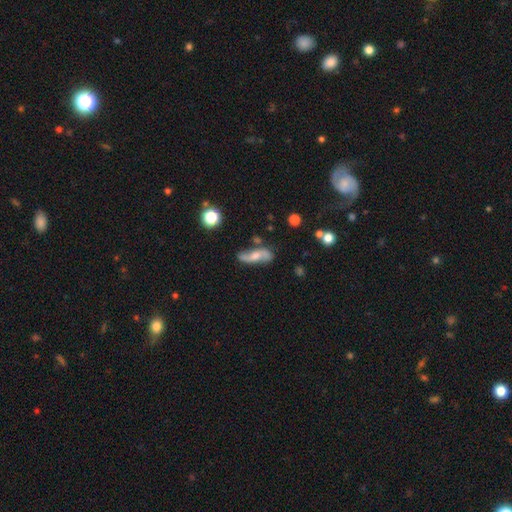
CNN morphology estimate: smooth-or-featured: featured or disk: 69% | smooth: 24% | star or artifact: 7%
  disk-edge-on: no: 88% | yes: 12%
    bar: no: 57% | weak: 32% | strong: 11%
    has-spiral-arms: yes: 91% | no: 9%
      spiral-winding: loose: 78% | medium: 16% | tight: 6%
      spiral-arm-count: 2: 91% | can't tell: 4% | 1: 2% | 3: 1% | 4: 1% | more than 4: 1%
    bulge-size: moderate: 50% | small: 35% | none: 7% | large: 6% | dominant: 2%
  merging: none: 69% | minor disturbance: 19% | major disturbance: 7% | merger: 5%